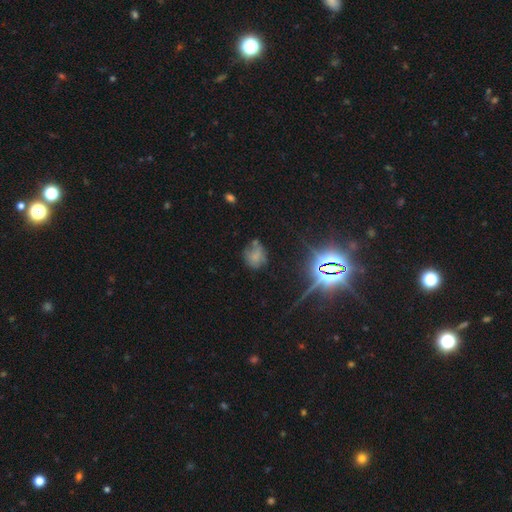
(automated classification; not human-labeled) Smooth or featured? smooth (54%)
How rounded? round (60%)
Merging? none (53%)